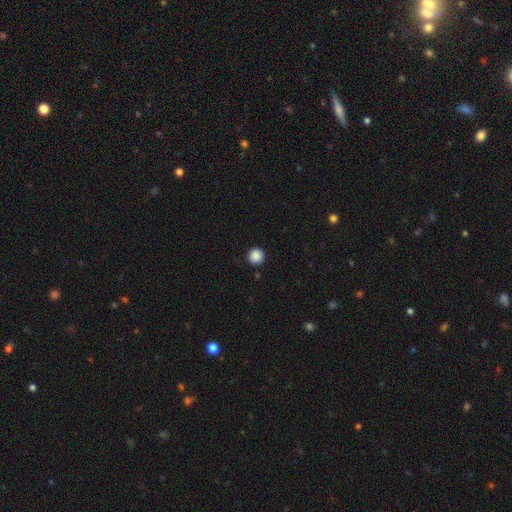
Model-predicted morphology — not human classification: Q: Smooth or featured?
A: smooth (88%); runner-up: star or artifact (10%)
Q: How rounded?
A: round (96%); runner-up: in between (3%)
Q: Merging?
A: none (93%); runner-up: minor disturbance (4%)